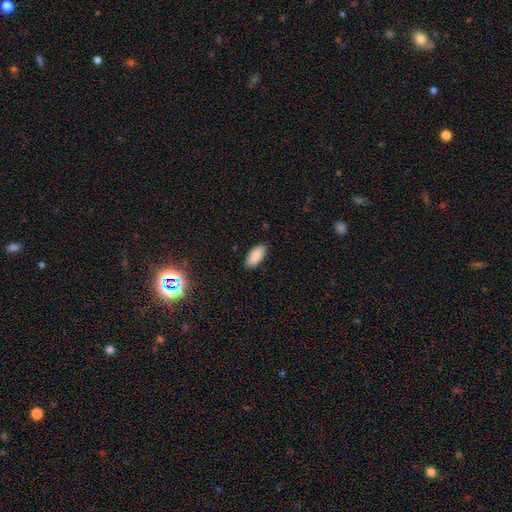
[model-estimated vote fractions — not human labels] This is clearly a smooth galaxy (89%). How rounded: clearly in between (91%). Merging: clearly none (88%).